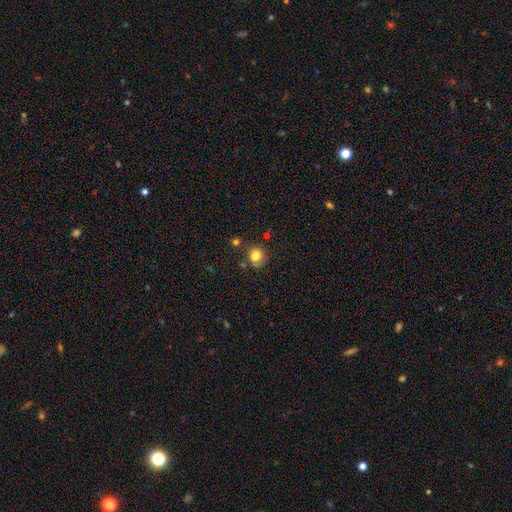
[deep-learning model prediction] smooth-or-featured: smooth: 79% | star or artifact: 12% | featured or disk: 8%
  how-rounded: round: 75% | in between: 24% | cigar-shaped: 1%
  merging: none: 63% | minor disturbance: 20% | merger: 9% | major disturbance: 8%